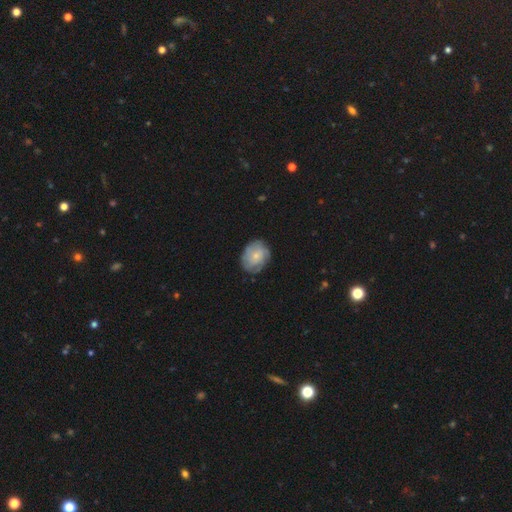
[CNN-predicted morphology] A smooth galaxy with no disk features (51%) that is round (50%).

Vote fractions:
- Smooth or featured? smooth: 51% / featured or disk: 42% / star or artifact: 7%
- How rounded? round: 50% / in between: 49% / cigar-shaped: 1%
- Merging? none: 73% / minor disturbance: 20% / major disturbance: 6% / merger: 1%